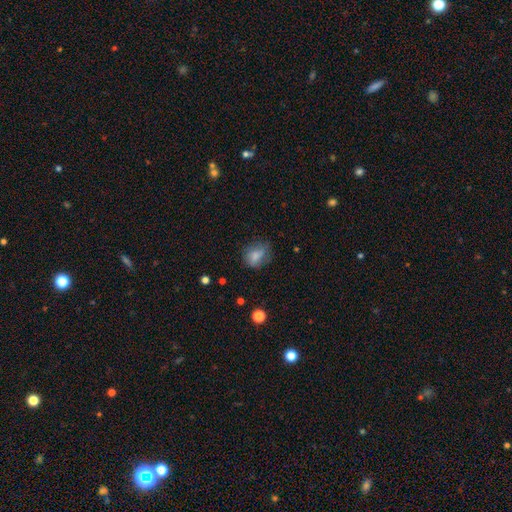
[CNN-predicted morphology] Smooth or featured? smooth (73%)
How rounded? in between (55%)
Merging? none (55%)